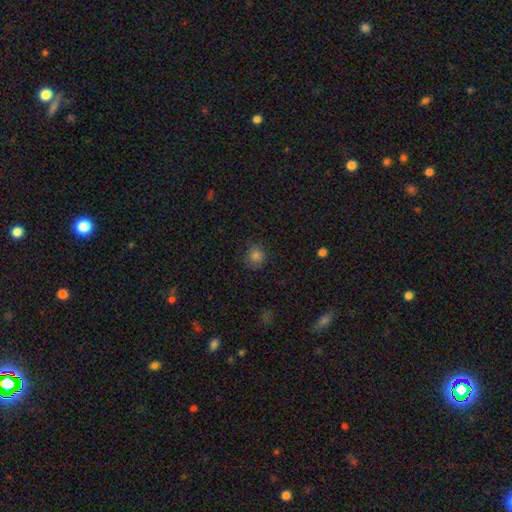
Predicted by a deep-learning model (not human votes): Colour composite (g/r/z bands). It shows a smooth galaxy with no disk features (82%) that is round (86%). Merging: none (82%).